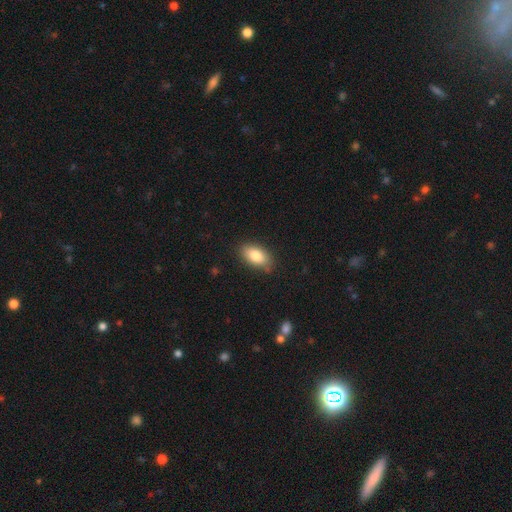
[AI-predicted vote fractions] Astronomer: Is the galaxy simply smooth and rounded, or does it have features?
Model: smooth — 83%.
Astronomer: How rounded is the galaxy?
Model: in between — 91%.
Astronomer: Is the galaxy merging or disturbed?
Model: none — 81%.